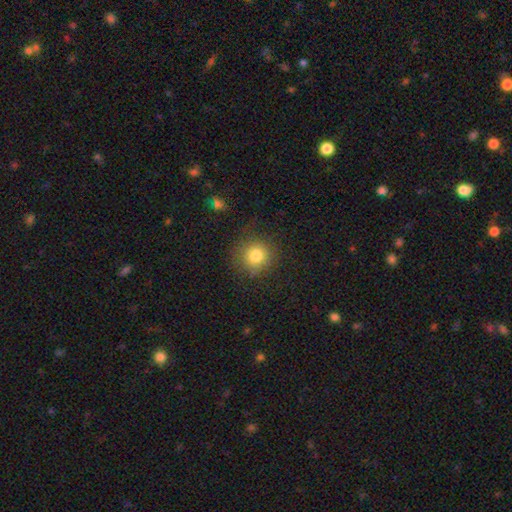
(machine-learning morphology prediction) This appears to be a smooth galaxy with no disk features (80%) that is round (92%). Merging: none (82%).